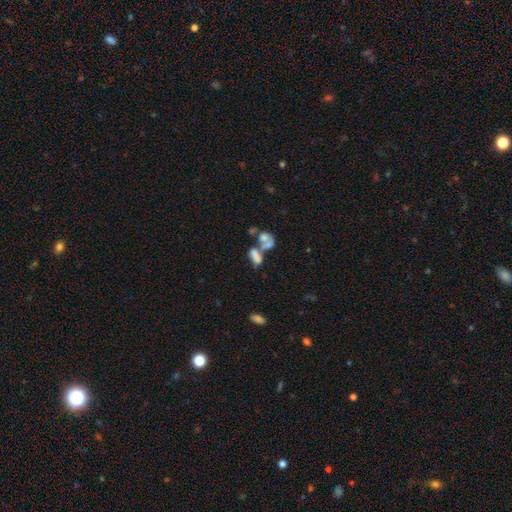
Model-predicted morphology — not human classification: A smooth galaxy with no disk features (57%) that is in between round and cigar-shaped (80%).

Vote fractions:
- Smooth or featured? smooth: 57% / featured or disk: 31% / star or artifact: 13%
- How rounded? in between: 80% / round: 14% / cigar-shaped: 6%
- Merging? merger: 58% / none: 20% / major disturbance: 13% / minor disturbance: 9%